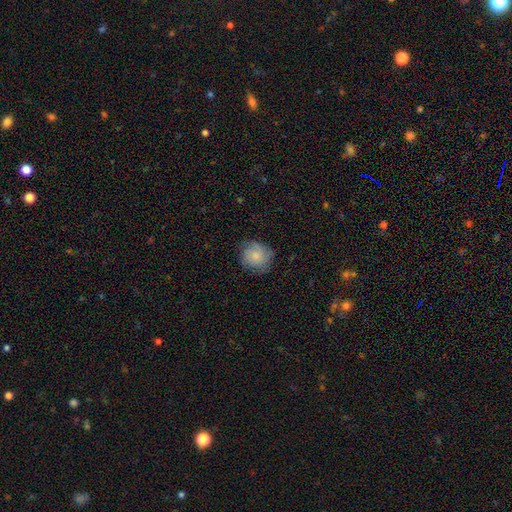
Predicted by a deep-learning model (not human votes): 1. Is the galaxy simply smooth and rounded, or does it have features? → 73% smooth, 20% featured or disk, 7% star or artifact.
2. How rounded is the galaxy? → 82% round, 17% in between, 1% cigar-shaped.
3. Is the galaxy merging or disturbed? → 67% none, 24% minor disturbance, 7% major disturbance, 1% merger.